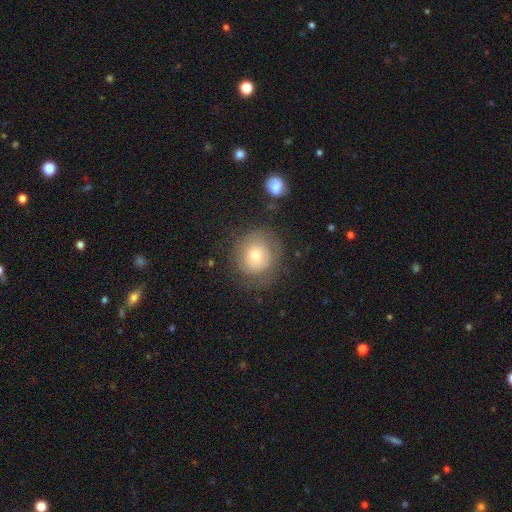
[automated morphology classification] This is likely a smooth galaxy (63%). How rounded: clearly round (86%). Merging: likely none (70%).